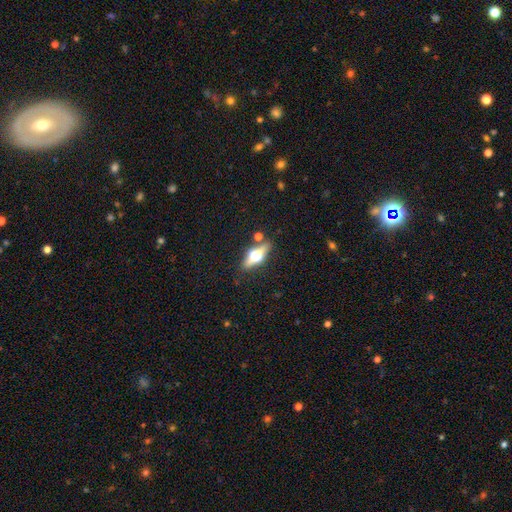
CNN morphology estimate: This is possibly a featured or disk galaxy (58%). It is clearly viewed edge-on (92%). Edge-on bulge: clearly rounded (96%). Merging: clearly none (81%).